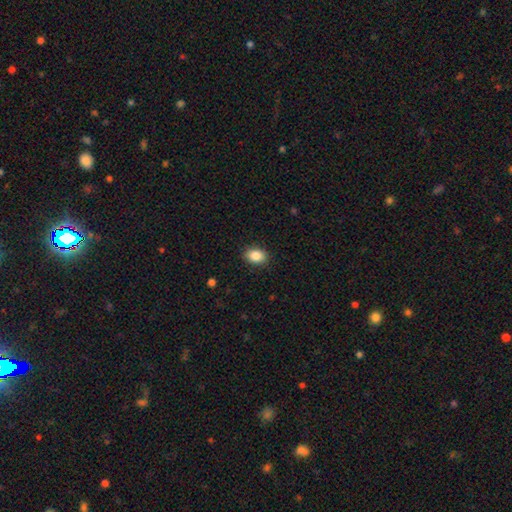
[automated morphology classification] smooth-or-featured: smooth: 87% | star or artifact: 8% | featured or disk: 5%
  how-rounded: in between: 72% | round: 26% | cigar-shaped: 1%
  merging: none: 89% | minor disturbance: 8% | major disturbance: 2% | merger: 1%